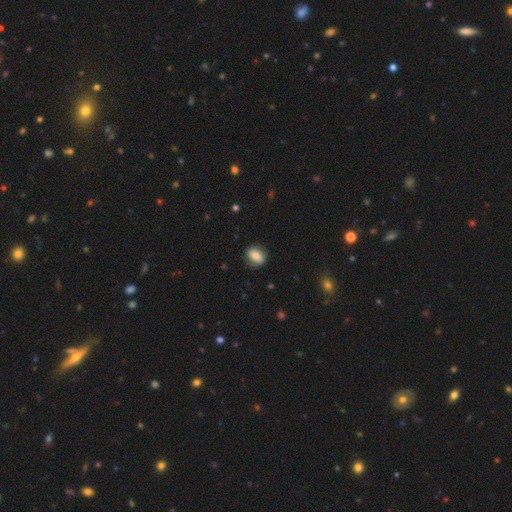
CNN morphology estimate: smooth 77%, featured or disk 15%, star or artifact 8%. Down the decision tree: how rounded — in between (61%); merging — none (78%).